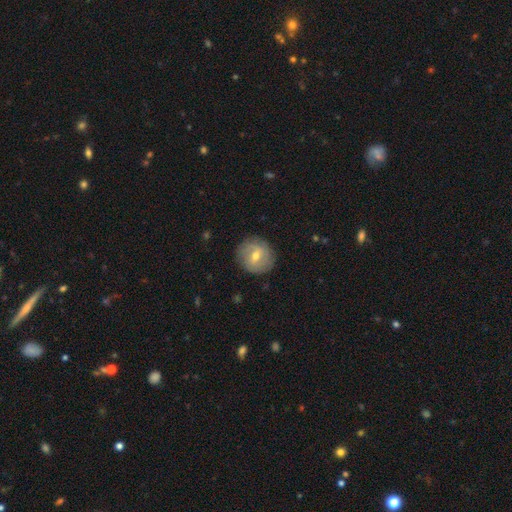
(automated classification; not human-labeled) Smooth or featured: featured or disk — 46% (tied with smooth — 46%)
Merging: none — 85% (minor disturbance — 11%)